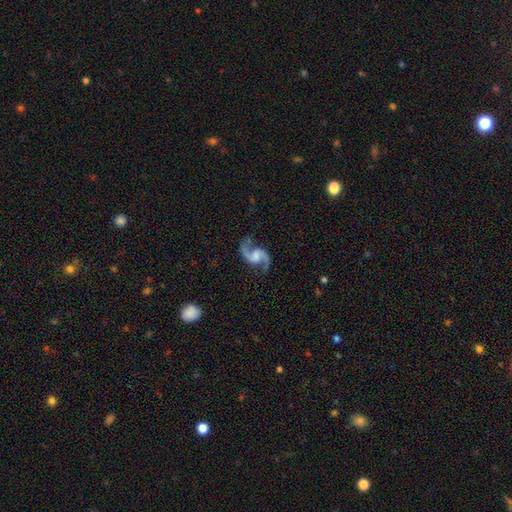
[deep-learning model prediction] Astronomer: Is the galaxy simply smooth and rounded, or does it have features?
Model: featured or disk — 92%.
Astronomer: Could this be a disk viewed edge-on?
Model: no — 98%.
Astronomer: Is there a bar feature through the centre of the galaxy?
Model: no — 46% (runner-up: weak, 42%).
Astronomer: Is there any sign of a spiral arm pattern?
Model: yes — 98%.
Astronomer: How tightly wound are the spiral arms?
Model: loose — 61%.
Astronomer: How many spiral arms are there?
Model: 2 — 94%.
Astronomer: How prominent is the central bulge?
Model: none — 36% (runner-up: moderate, 27%).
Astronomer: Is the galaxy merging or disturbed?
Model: none — 80%.